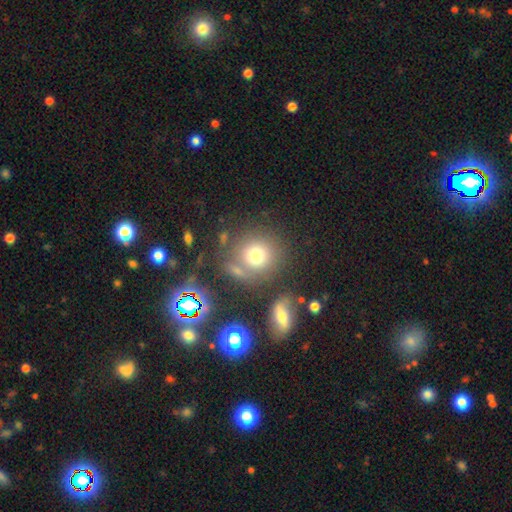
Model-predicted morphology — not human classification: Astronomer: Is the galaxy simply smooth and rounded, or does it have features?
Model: smooth — 72%.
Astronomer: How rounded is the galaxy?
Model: round — 85%.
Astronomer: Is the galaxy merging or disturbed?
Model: none — 66%.